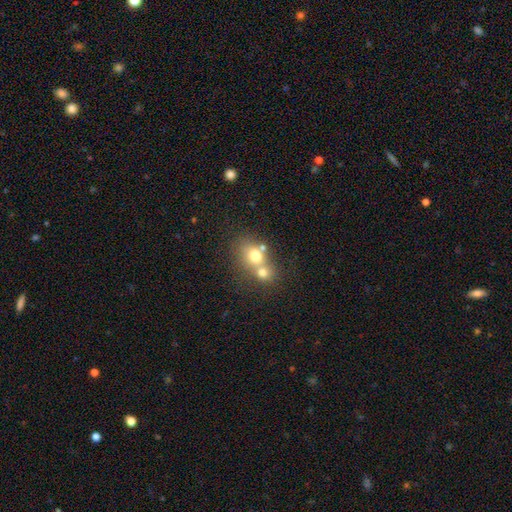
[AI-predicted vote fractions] Smooth or featured? smooth (67%)
How rounded? round (60%)
Merging? merger (60%)